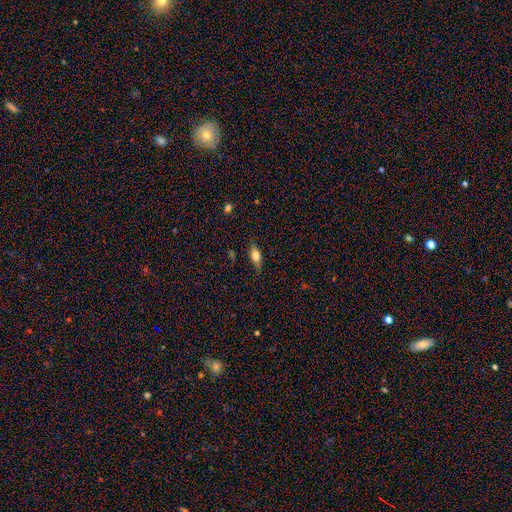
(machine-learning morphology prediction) Smooth or featured? smooth (69%)
How rounded? in between (79%)
Merging? none (83%)